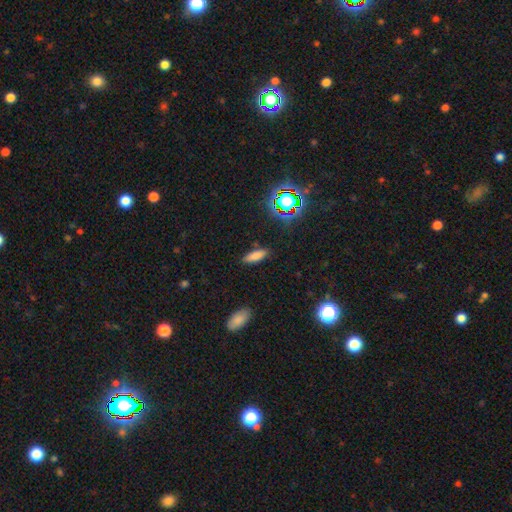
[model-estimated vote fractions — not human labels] A smooth galaxy with no disk features (79%) that is in between round and cigar-shaped (60%).

Vote fractions:
- Smooth or featured? smooth: 79% / star or artifact: 12% / featured or disk: 8%
- How rounded? in between: 60% / cigar-shaped: 38% / round: 3%
- Merging? none: 86% / minor disturbance: 10% / major disturbance: 3% / merger: 2%